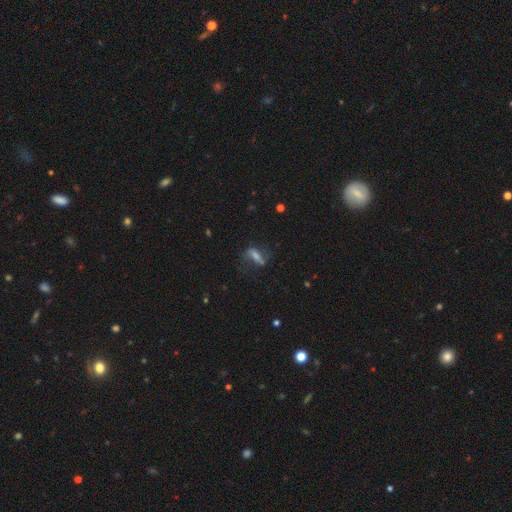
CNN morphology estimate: This appears to be a featured or disk galaxy (48%). Merging: none (62%).